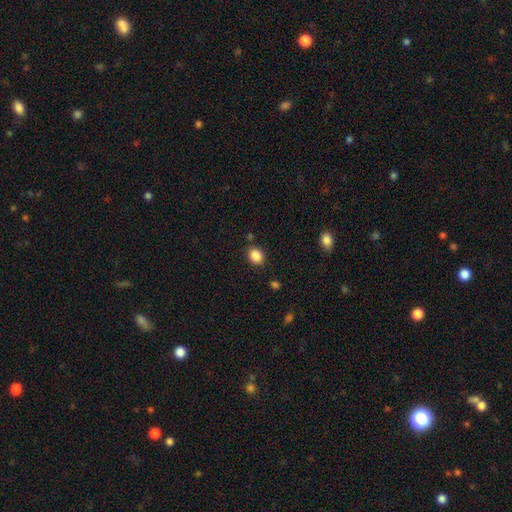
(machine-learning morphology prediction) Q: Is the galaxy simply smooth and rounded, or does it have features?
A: smooth — 87%.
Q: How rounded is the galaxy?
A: round — 53%.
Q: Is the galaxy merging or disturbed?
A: none — 84%.